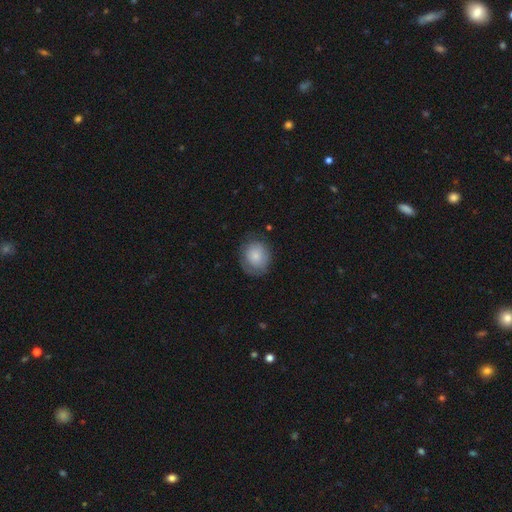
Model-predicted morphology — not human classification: smooth 79%, featured or disk 14%, star or artifact 7%. Down the decision tree: how rounded — round (70%); merging — none (71%).